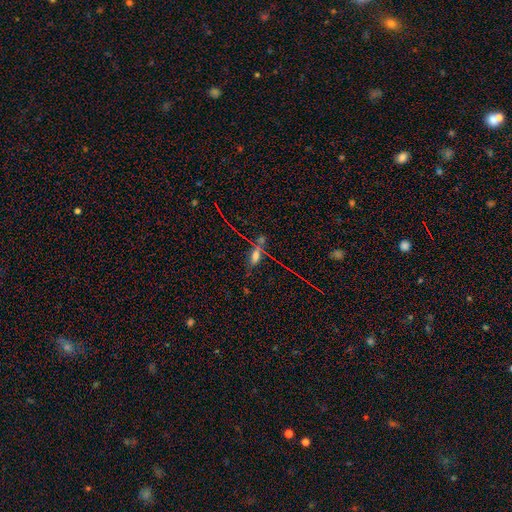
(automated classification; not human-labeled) smooth 47%, featured or disk 28%, star or artifact 24%. Down the decision tree: merging — none (56%).